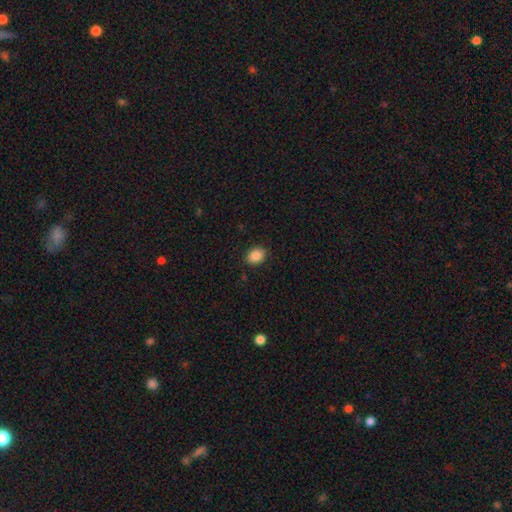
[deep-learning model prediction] A smooth galaxy with no disk features (87%) that is in between round and cigar-shaped (57%).

Vote fractions:
- Smooth or featured? smooth: 87% / star or artifact: 9% / featured or disk: 4%
- How rounded? in between: 57% / round: 42% / cigar-shaped: 1%
- Merging? none: 88% / minor disturbance: 9% / major disturbance: 2% / merger: 1%